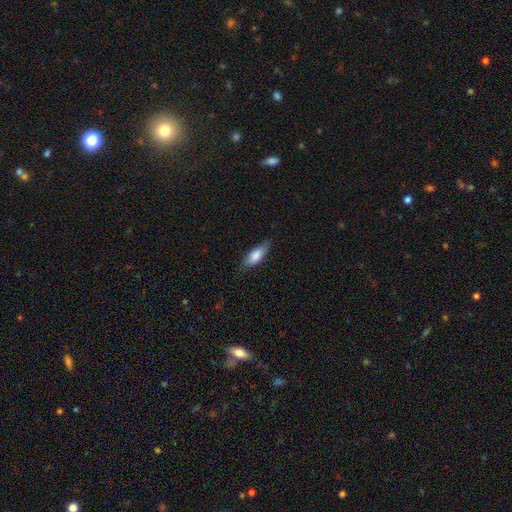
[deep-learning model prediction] smooth-or-featured: smooth: 78% | featured or disk: 16% | star or artifact: 6%
  how-rounded: in between: 65% | cigar-shaped: 33% | round: 2%
  merging: none: 74% | minor disturbance: 21% | major disturbance: 4% | merger: 1%